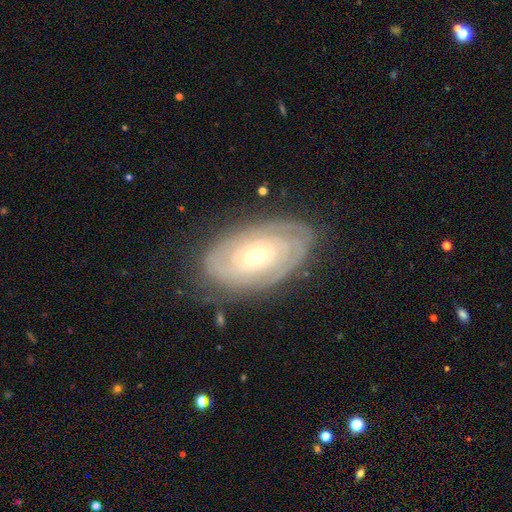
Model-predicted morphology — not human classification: Overall: featured or disk (79%). Edge-on disk: no (94%). Bar: no (74%). Spiral arms: yes (88%). Spiral arm count: can't tell (46%; 2 22%). Spiral winding: tight (82%). Bulge size: small (54%; moderate 42%). Merging: none (78%).